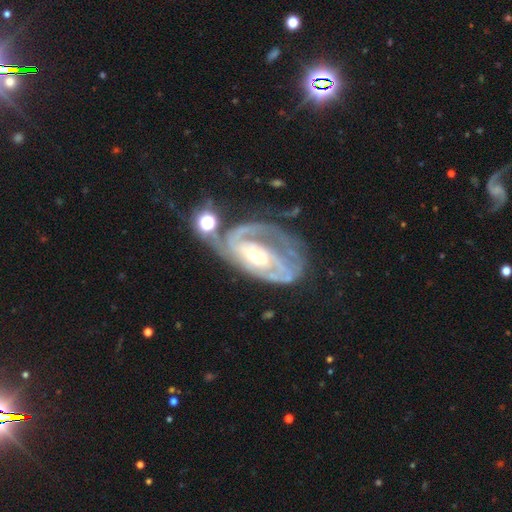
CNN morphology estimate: This appears to be a featured or disk galaxy (89%) with no bar (44%), 2 (48%) tight (60%) spiral arms (96%) and a moderate central bulge (59%). Merging: none (46%).